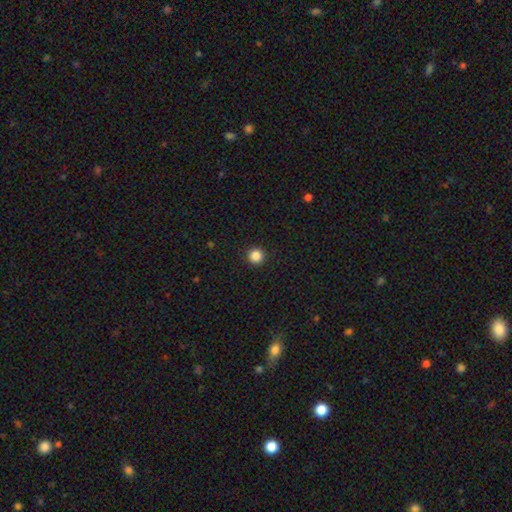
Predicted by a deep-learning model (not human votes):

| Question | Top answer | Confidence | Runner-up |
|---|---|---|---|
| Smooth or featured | smooth | 86% | star or artifact (11%) |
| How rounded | round | 96% | in between (3%) |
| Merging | none | 93% | minor disturbance (4%) |